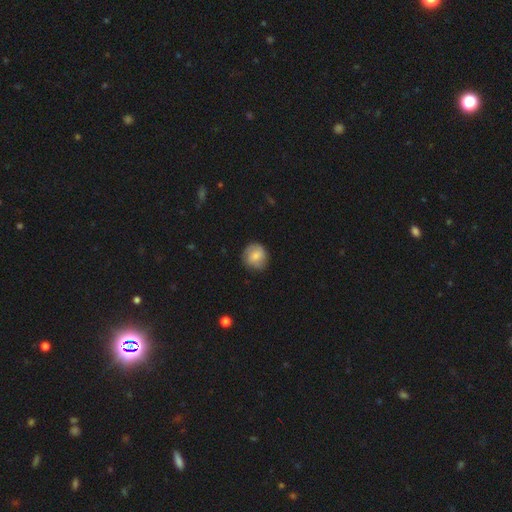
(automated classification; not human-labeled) smooth-or-featured: smooth: 76% | featured or disk: 17% | star or artifact: 7%
  how-rounded: round: 87% | in between: 12% | cigar-shaped: 1%
  merging: none: 82% | minor disturbance: 14% | major disturbance: 3% | merger: 1%